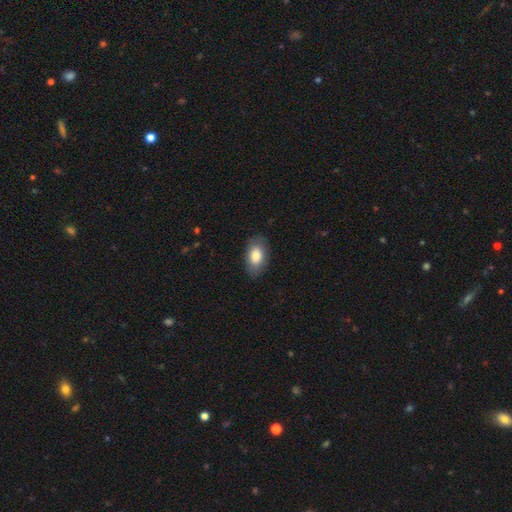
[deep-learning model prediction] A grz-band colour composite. It shows a smooth galaxy with no disk features (81%) that is in between round and cigar-shaped (92%). Merging: none (83%).